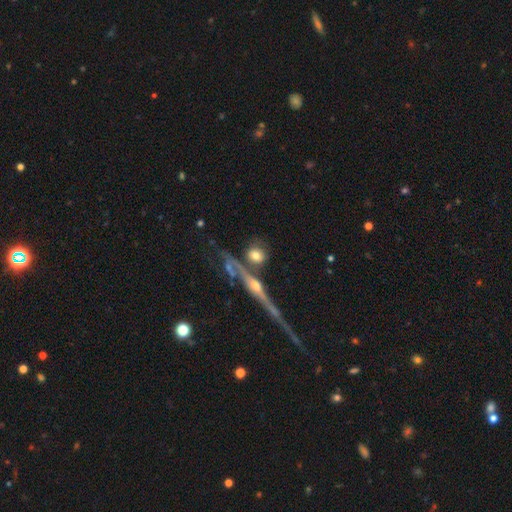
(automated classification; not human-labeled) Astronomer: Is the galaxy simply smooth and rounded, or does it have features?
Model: smooth — 60%.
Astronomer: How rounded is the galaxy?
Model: round — 77%.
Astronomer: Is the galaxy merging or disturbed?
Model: none — 61%.